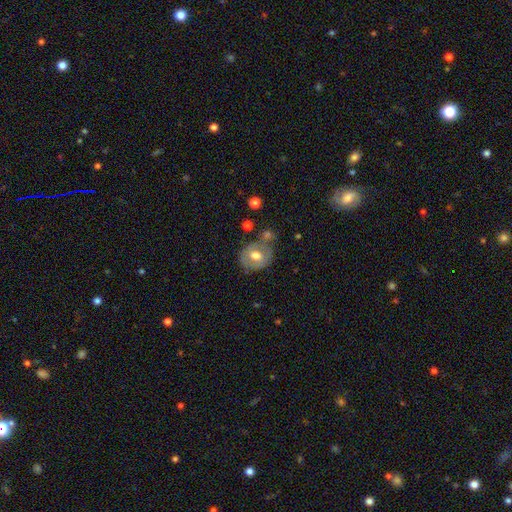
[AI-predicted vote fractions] Q: Smooth or featured?
A: smooth (54%); runner-up: featured or disk (39%)
Q: How rounded?
A: round (65%); runner-up: in between (34%)
Q: Merging?
A: none (59%); runner-up: minor disturbance (21%)